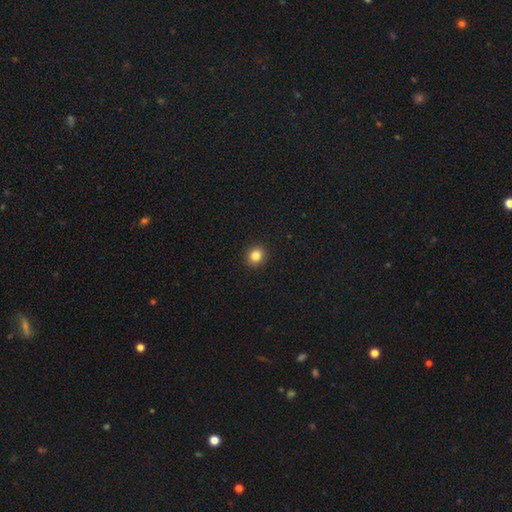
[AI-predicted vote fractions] Smooth or featured? smooth (84%)
How rounded? round (87%)
Merging? none (93%)